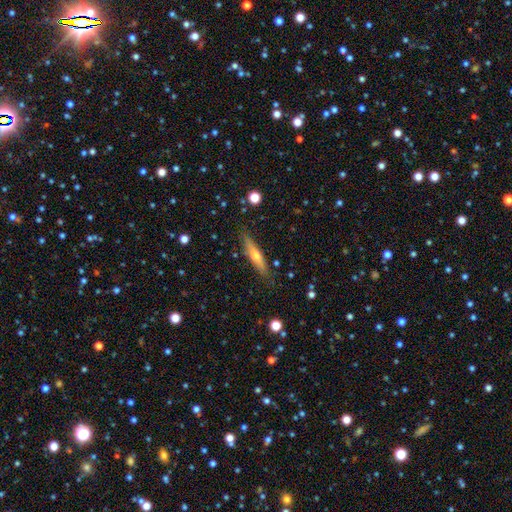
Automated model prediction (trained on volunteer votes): Morphology: type=featured or disk (48%); merging=none (85%).